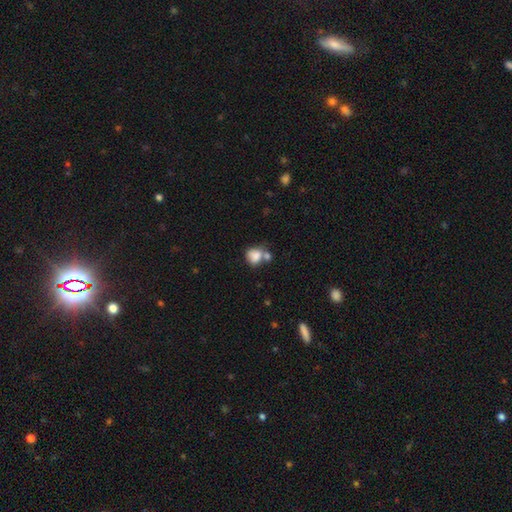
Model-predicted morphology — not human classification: This appears to be a smooth galaxy with no disk features (81%) that is round (58%). Merging: merger (45%).